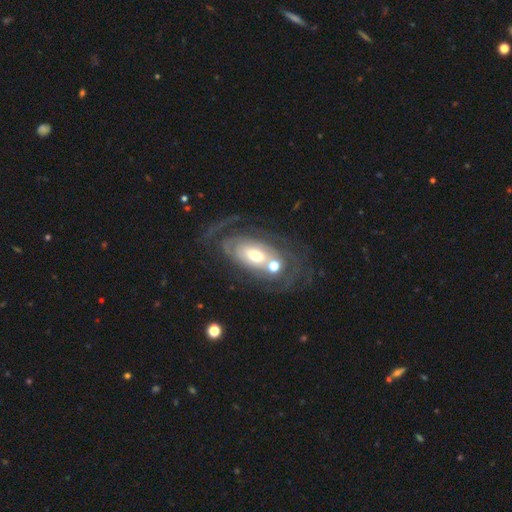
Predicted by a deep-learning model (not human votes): Smooth or featured?
  - featured or disk: 77% *
  - smooth: 16%
  - star or artifact: 6%
Edge-on disk?
  - no: 93% *
  - yes: 7%
Bar?
  - no: 68% *
  - weak: 23%
  - strong: 9%
Spiral arms?
  - yes: 82% *
  - no: 18%
Spiral winding?
  - tight: 60% *
  - medium: 27%
  - loose: 13%
Spiral arm count?
  - can't tell: 43% *
  - 2: 29%
  - 1: 11%
  - 3: 9%
  - 4: 4%
  - more than 4: 4%
Bulge size?
  - moderate: 63% *
  - small: 20%
  - large: 14%
  - dominant: 2%
  - none: 1%
Merging?
  - none: 49% *
  - major disturbance: 19%
  - minor disturbance: 17%
  - merger: 15%